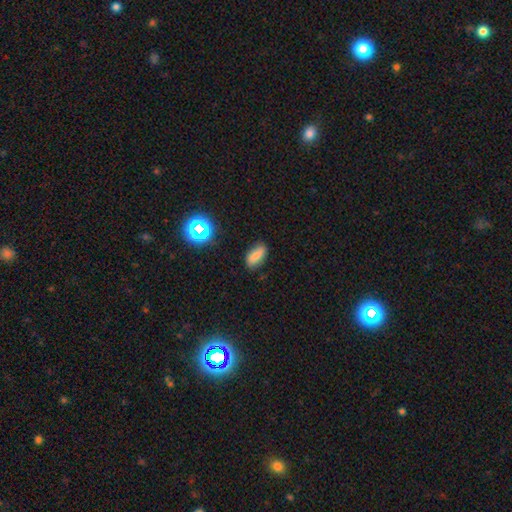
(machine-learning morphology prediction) This is likely a smooth galaxy (75%). How rounded: clearly in between (82%). Merging: clearly none (81%).